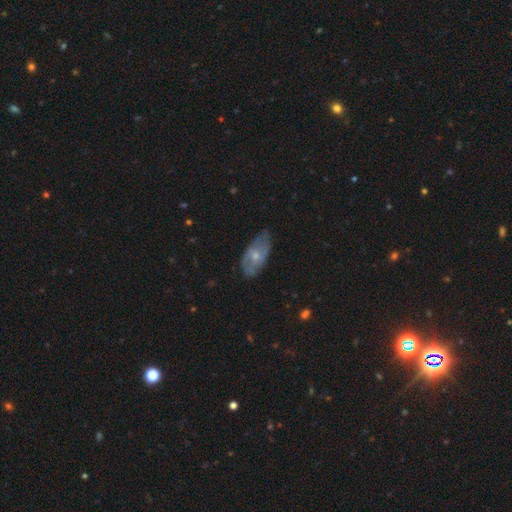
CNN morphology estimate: Smooth or featured? Predicted: featured or disk (p=0.50). Merging? Predicted: none (p=0.60).